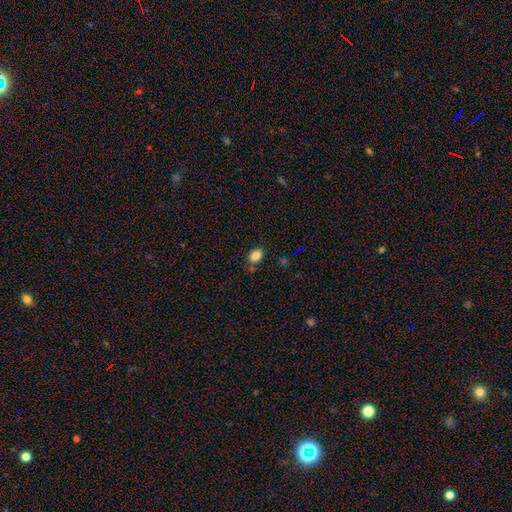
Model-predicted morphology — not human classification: A smooth galaxy with no disk features (85%) that is in between round and cigar-shaped (75%).

Vote fractions:
- Smooth or featured? smooth: 85% / star or artifact: 11% / featured or disk: 5%
- How rounded? in between: 75% / round: 24% / cigar-shaped: 1%
- Merging? none: 77% / minor disturbance: 14% / merger: 5% / major disturbance: 4%